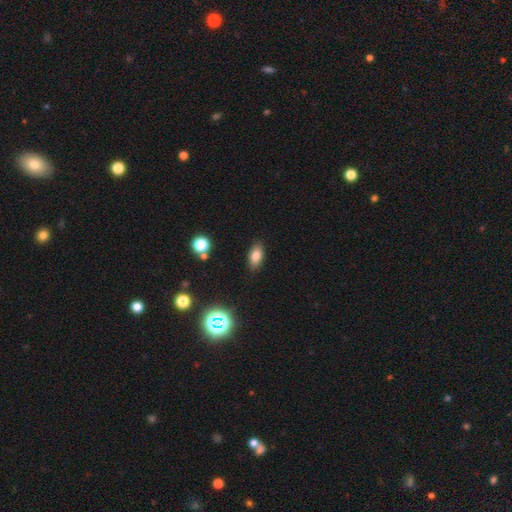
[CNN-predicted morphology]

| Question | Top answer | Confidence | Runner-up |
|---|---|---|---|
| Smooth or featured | smooth | 79% | star or artifact (11%) |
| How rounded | in between | 87% | cigar-shaped (7%) |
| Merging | none | 87% | minor disturbance (10%) |